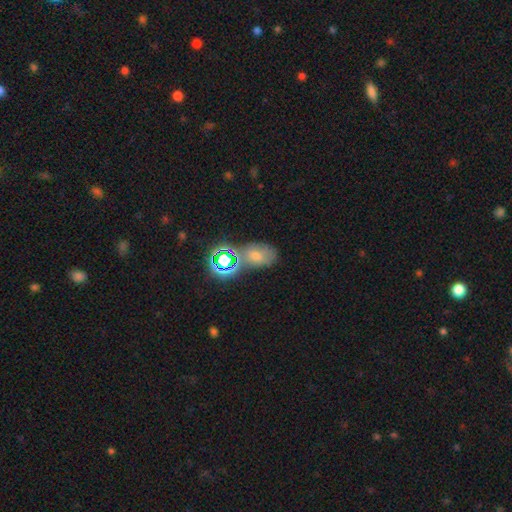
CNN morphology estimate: A smooth galaxy with no disk features (57%) that is in between round and cigar-shaped (83%). Merging: none (54%).